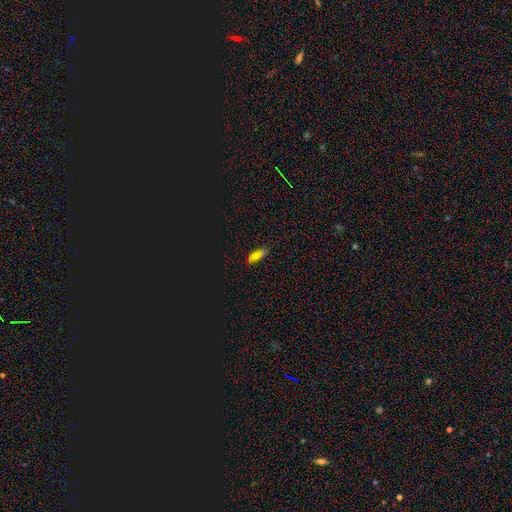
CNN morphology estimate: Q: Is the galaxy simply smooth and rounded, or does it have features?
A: smooth — 66%.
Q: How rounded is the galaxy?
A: in between — 73%.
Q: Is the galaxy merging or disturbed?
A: none — 69%.